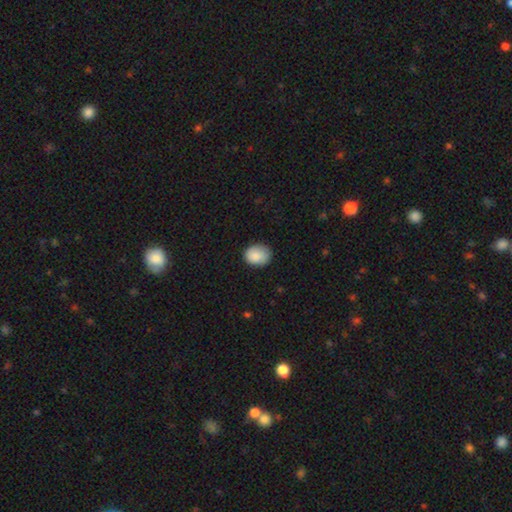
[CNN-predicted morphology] A smooth galaxy with no disk features (87%) that is in between round and cigar-shaped (51%).

Vote fractions:
- Smooth or featured? smooth: 87% / star or artifact: 7% / featured or disk: 6%
- How rounded? in between: 51% / round: 48% / cigar-shaped: 1%
- Merging? none: 78% / minor disturbance: 18% / major disturbance: 3% / merger: 1%